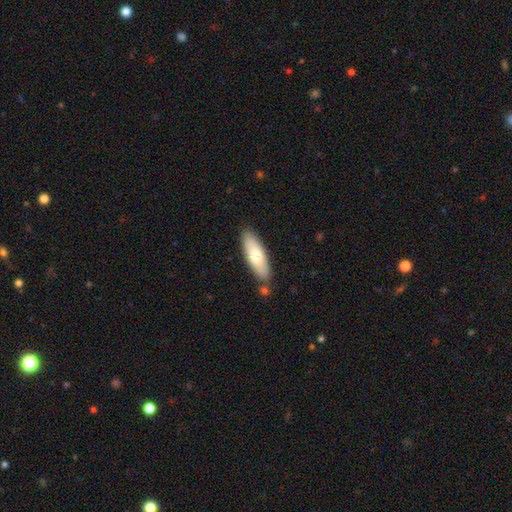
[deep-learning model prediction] The model was most divided on "how rounded": in between: 50%, cigar-shaped: 48%, round: 2%. More confident: merging — none (81%); smooth or featured — smooth (68%).